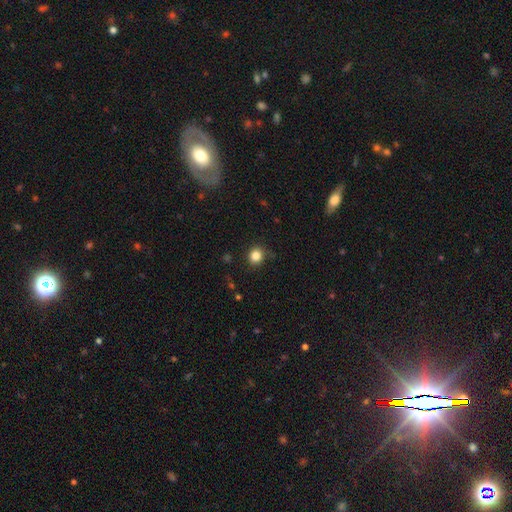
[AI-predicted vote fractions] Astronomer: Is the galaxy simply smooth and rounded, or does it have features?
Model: smooth — 84%.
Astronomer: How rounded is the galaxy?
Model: round — 77%.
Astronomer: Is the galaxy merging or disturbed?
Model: none — 83%.